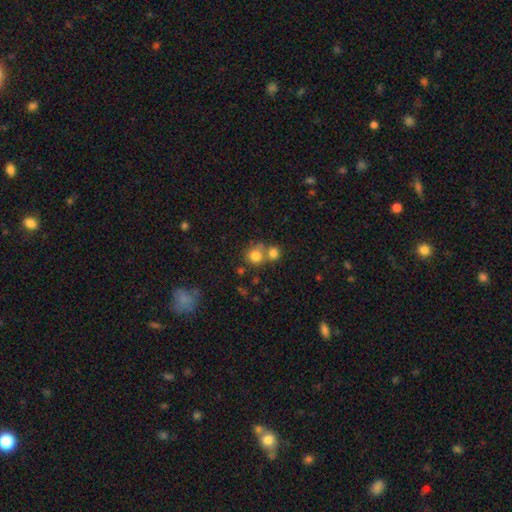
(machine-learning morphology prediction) Smooth or featured? Predicted: smooth (p=0.78). How rounded? Predicted: round (p=0.87). Merging? Predicted: none (p=0.48).